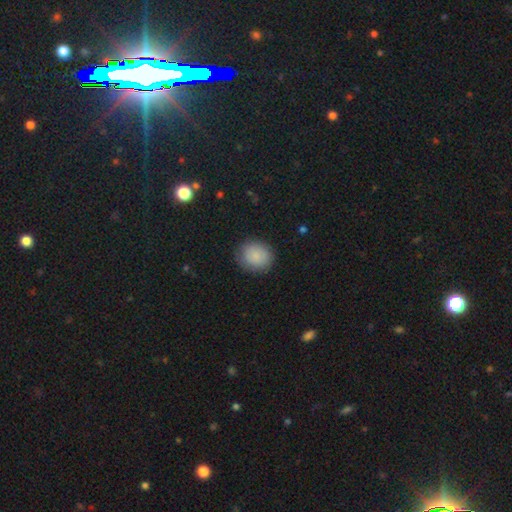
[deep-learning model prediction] A smooth galaxy with no disk features (86%) that is round (72%).

Vote fractions:
- Smooth or featured? smooth: 86% / star or artifact: 7% / featured or disk: 6%
- How rounded? round: 72% / in between: 27% / cigar-shaped: 1%
- Merging? none: 85% / minor disturbance: 11% / major disturbance: 3% / merger: 1%